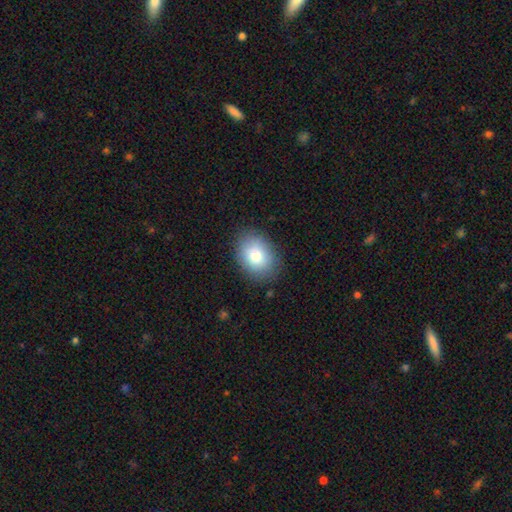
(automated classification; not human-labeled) Smooth or featured: smooth — 81% (featured or disk — 10%)
How rounded: in between — 66% (round — 34%)
Merging: none — 83% (minor disturbance — 12%)